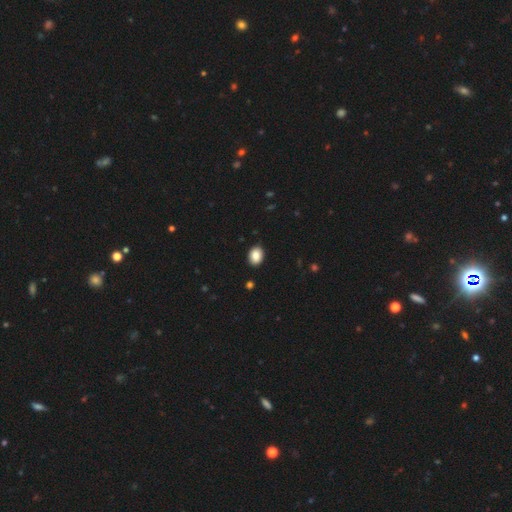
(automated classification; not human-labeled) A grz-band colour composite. It shows a smooth galaxy with no disk features (87%) that is in between round and cigar-shaped (71%). Merging: none (90%).